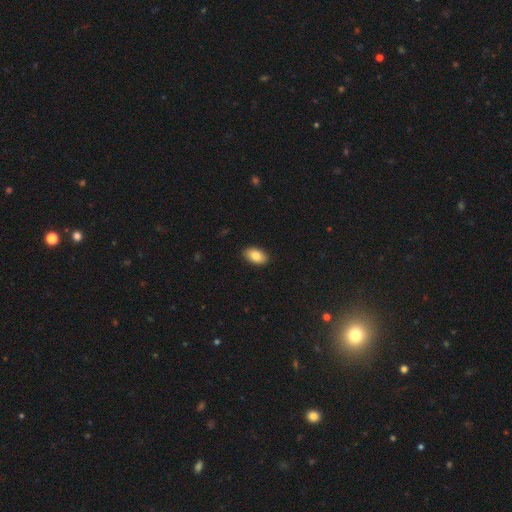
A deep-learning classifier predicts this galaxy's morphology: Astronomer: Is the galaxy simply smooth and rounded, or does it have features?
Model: smooth — 86%.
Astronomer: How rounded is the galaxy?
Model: in between — 93%.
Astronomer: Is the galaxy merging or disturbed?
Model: none — 90%.